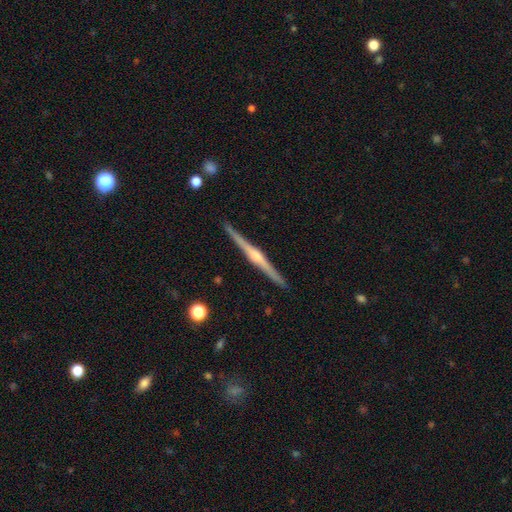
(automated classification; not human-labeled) A featured or disk galaxy (84%) viewed edge-on (99%) with a rounded central bulge (81%).

Vote fractions:
- Smooth or featured? featured or disk: 84% / smooth: 11% / star or artifact: 5%
- Edge-on disk? yes: 99% / no: 1%
- Edge-on bulge? rounded: 81% / boxy: 11% / none: 8%
- Merging? none: 92% / minor disturbance: 6% / major disturbance: 1% / merger: 1%